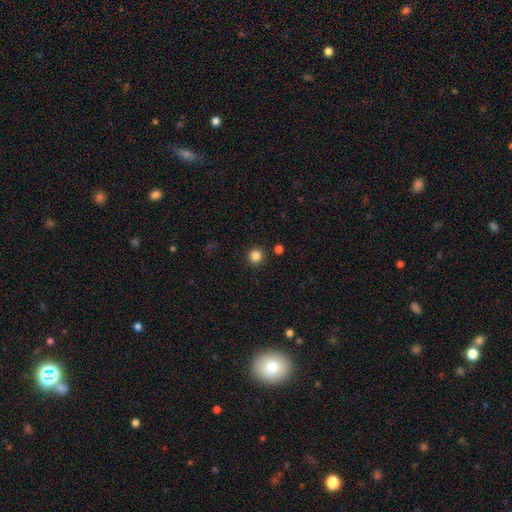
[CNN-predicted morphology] Smooth or featured: smooth — 84% (star or artifact — 12%)
How rounded: round — 94% (in between — 5%)
Merging: none — 91% (minor disturbance — 5%)